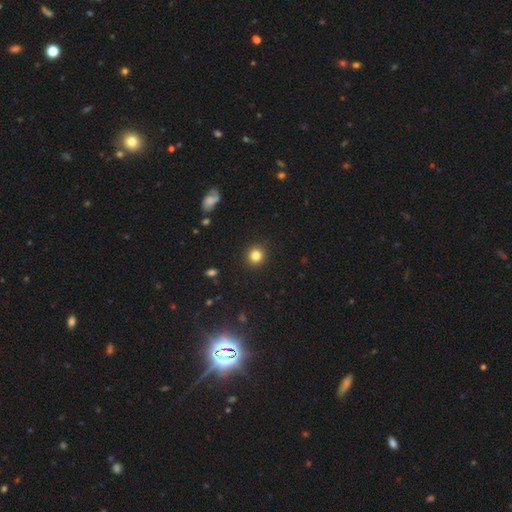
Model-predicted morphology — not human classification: The model was most divided on "smooth or featured": smooth: 82%, star or artifact: 12%, featured or disk: 5%. More confident: how rounded — round (93%); merging — none (92%).